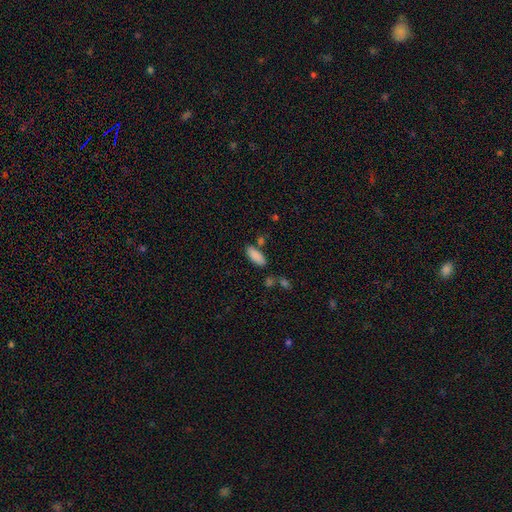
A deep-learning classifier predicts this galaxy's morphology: type=smooth (88%); roundness=in between (80%); merging=none (74%).